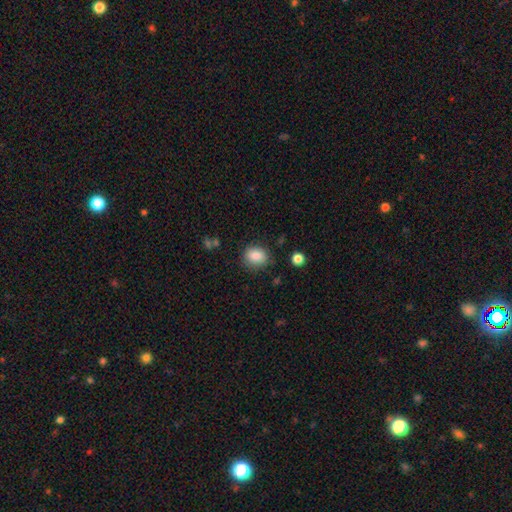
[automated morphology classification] smooth-or-featured: smooth: 86% | star or artifact: 9% | featured or disk: 5%
  how-rounded: round: 53% | in between: 46% | cigar-shaped: 1%
  merging: none: 81% | minor disturbance: 13% | major disturbance: 4% | merger: 2%